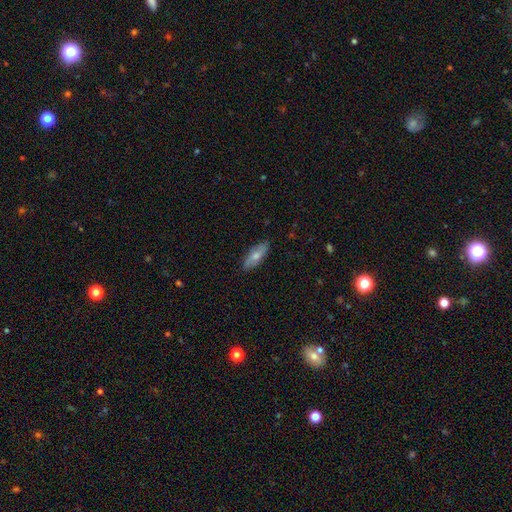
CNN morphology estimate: Q: Smooth or featured?
A: smooth (66%); runner-up: featured or disk (28%)
Q: How rounded?
A: in between (71%); runner-up: cigar-shaped (26%)
Q: Merging?
A: none (85%); runner-up: minor disturbance (12%)